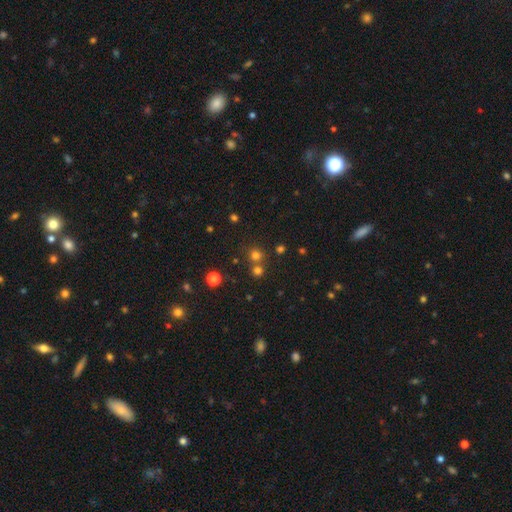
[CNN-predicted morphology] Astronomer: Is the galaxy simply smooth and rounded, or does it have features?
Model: smooth — 70%.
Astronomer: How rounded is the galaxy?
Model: round — 90%.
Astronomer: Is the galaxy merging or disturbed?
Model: none — 66%.